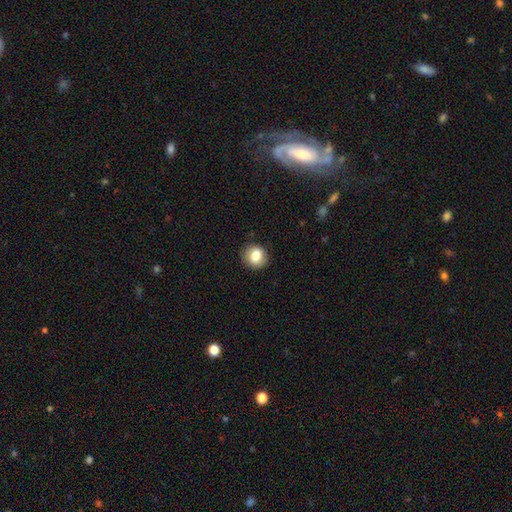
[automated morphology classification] smooth-or-featured: smooth: 80% | featured or disk: 11% | star or artifact: 9%
  how-rounded: round: 82% | in between: 18% | cigar-shaped: 1%
  merging: none: 88% | minor disturbance: 9% | major disturbance: 2% | merger: 1%